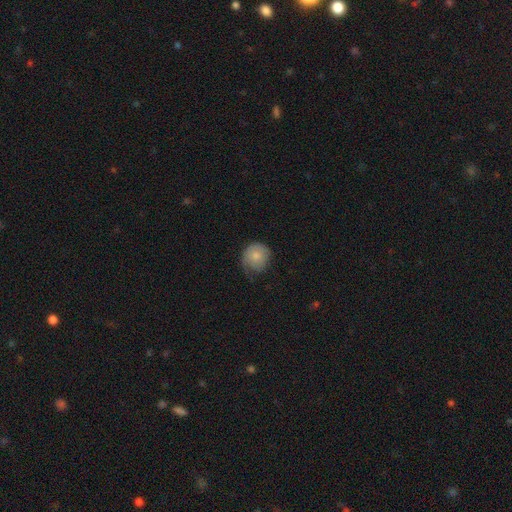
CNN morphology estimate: This appears to be a smooth galaxy with no disk features (76%) that is round (87%). Merging: none (55%).